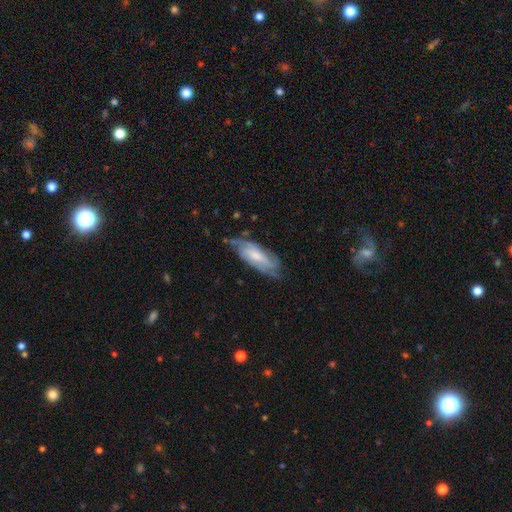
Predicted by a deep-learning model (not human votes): smooth-or-featured: featured or disk: 71% | smooth: 23% | star or artifact: 6%
  disk-edge-on: no: 86% | yes: 14%
    bar: no: 52% | weak: 37% | strong: 11%
    has-spiral-arms: yes: 92% | no: 8%
      spiral-winding: tight: 47% | medium: 39% | loose: 14%
      spiral-arm-count: 2: 33% | can't tell: 32% | 3: 19% | 4: 7% | 1: 4% | more than 4: 3%
    bulge-size: moderate: 44% | small: 40% | none: 8% | large: 6% | dominant: 1%
  merging: none: 67% | minor disturbance: 23% | major disturbance: 8% | merger: 2%